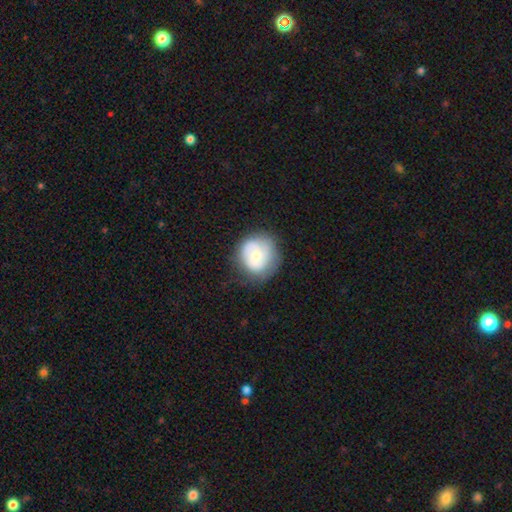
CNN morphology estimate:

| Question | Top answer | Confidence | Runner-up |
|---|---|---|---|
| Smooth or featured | featured or disk | 49% | smooth (44%) |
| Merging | none | 68% | minor disturbance (21%) |